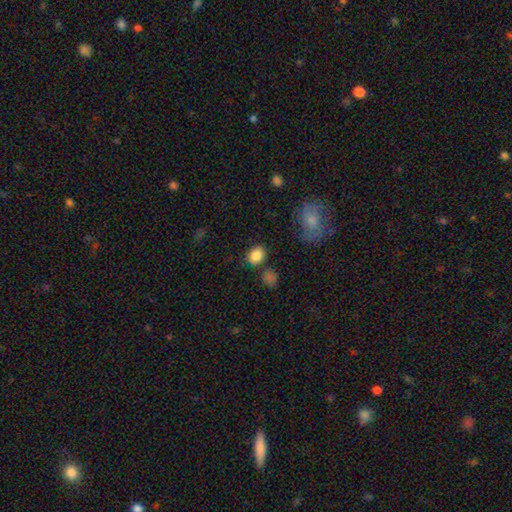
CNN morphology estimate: smooth_or_featured: smooth (p=0.84) [alt: star or artifact p=0.10]
how_rounded: round (p=0.55) [alt: in between p=0.44]
merging: none (p=0.75) [alt: minor disturbance p=0.14]